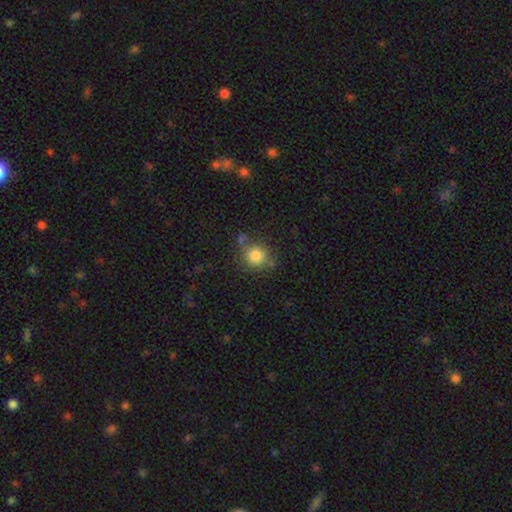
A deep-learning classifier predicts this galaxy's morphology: smooth 82%, star or artifact 11%, featured or disk 7%. Down the decision tree: how rounded — round (87%); merging — none (69%).